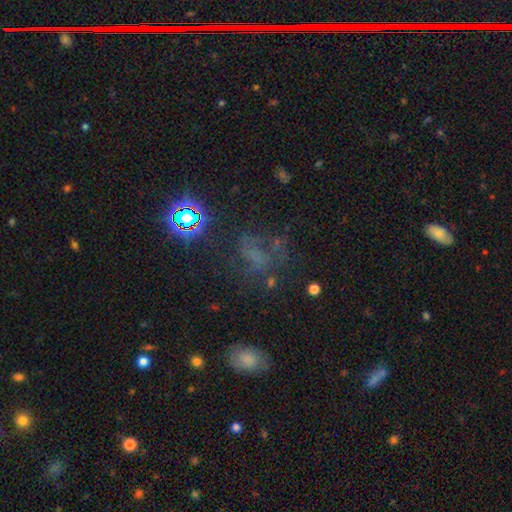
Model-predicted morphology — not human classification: star or artifact 44%, featured or disk 29%, smooth 26%.